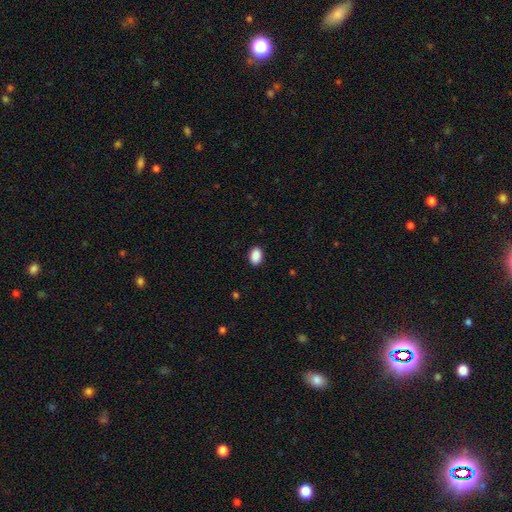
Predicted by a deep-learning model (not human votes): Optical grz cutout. It shows a smooth galaxy with no disk features (90%) that is in between round and cigar-shaped (85%). Merging: none (90%).